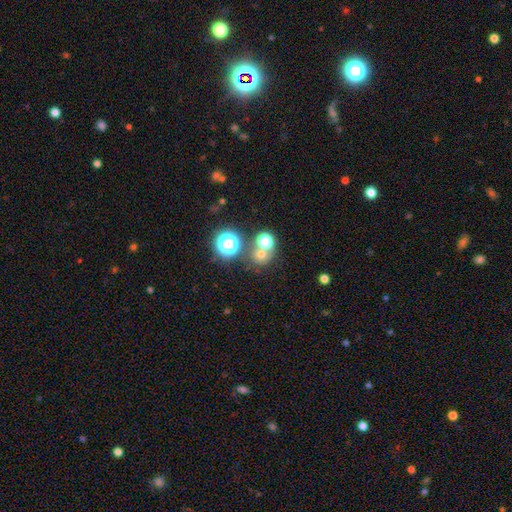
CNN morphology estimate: Q: Smooth or featured?
A: smooth (51%); runner-up: star or artifact (37%)
Q: How rounded?
A: round (82%); runner-up: in between (16%)
Q: Merging?
A: none (58%); runner-up: merger (30%)